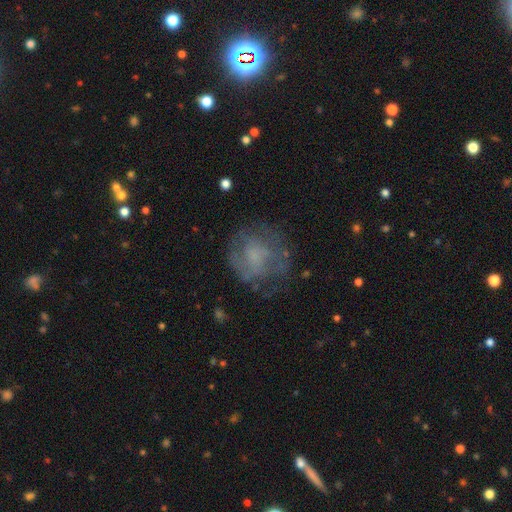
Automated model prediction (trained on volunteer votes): smooth_or_featured: featured or disk (p=0.47) [alt: smooth p=0.42]
merging: none (p=0.61) [alt: minor disturbance p=0.20]